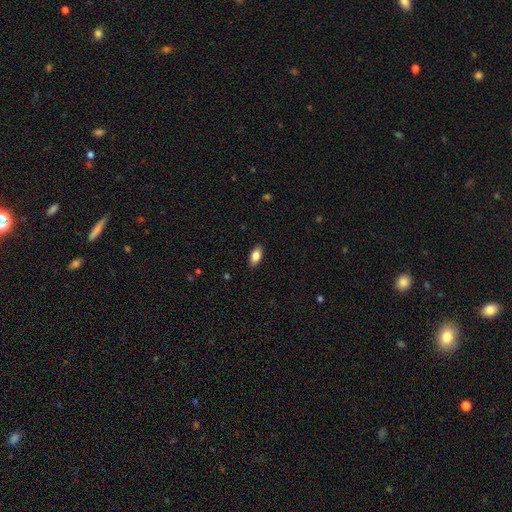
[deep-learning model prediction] A smooth galaxy with no disk features (84%) that is in between round and cigar-shaped (90%).

Vote fractions:
- Smooth or featured? smooth: 84% / featured or disk: 9% / star or artifact: 7%
- How rounded? in between: 90% / cigar-shaped: 7% / round: 3%
- Merging? none: 88% / minor disturbance: 9% / major disturbance: 2% / merger: 1%